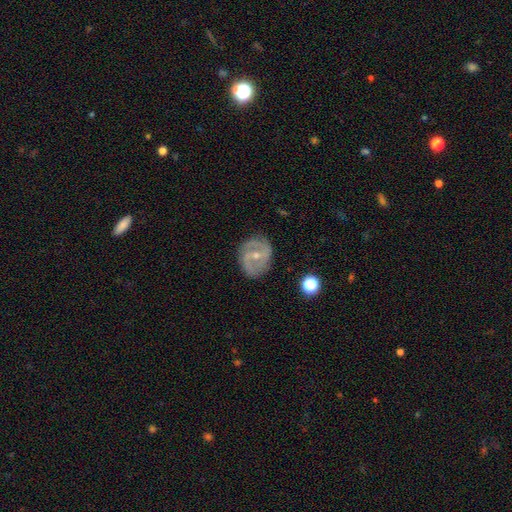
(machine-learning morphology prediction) type=featured or disk (80%); edge-on=no (97%); bar=weak (46%); spiral arms=yes (88%); winding=medium (45%); arm count=2 (77%); bulge=small (56%); merging=none (78%).